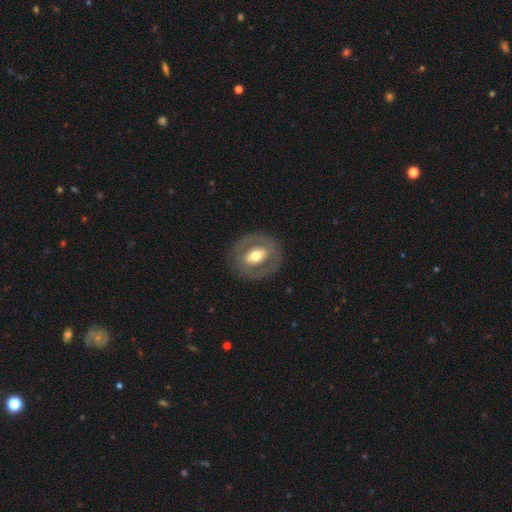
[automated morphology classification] A featured or disk galaxy (55%) with no bar (46%), no spiral arms (79%) and a moderate central bulge (64%).

Vote fractions:
- Smooth or featured? featured or disk: 55% / smooth: 39% / star or artifact: 6%
- Edge-on disk? no: 93% / yes: 7%
- Bar? no: 46% / weak: 29% / strong: 25%
- Spiral arms? no: 79% / yes: 21%
- Bulge size? moderate: 64% / large: 23% / small: 10% / dominant: 2% / none: 1%
- Merging? none: 82% / minor disturbance: 10% / major disturbance: 6% / merger: 1%